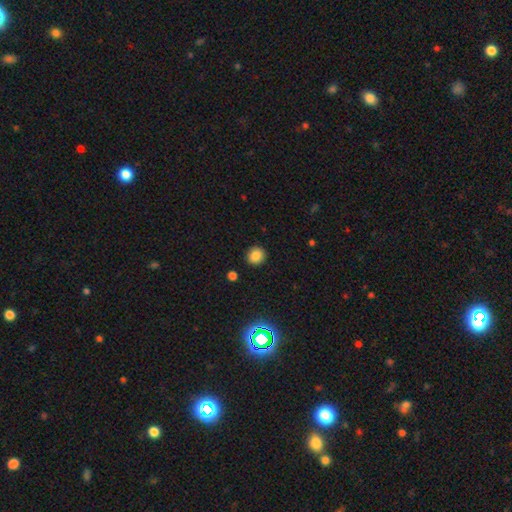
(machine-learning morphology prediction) smooth_or_featured: smooth (p=0.83) [alt: star or artifact p=0.12]
how_rounded: round (p=0.89) [alt: in between p=0.10]
merging: none (p=0.91) [alt: minor disturbance p=0.06]